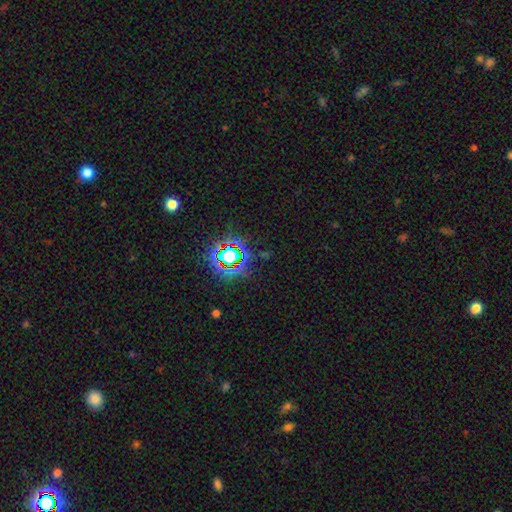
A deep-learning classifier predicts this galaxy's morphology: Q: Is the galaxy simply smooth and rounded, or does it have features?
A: star or artifact — 79%.